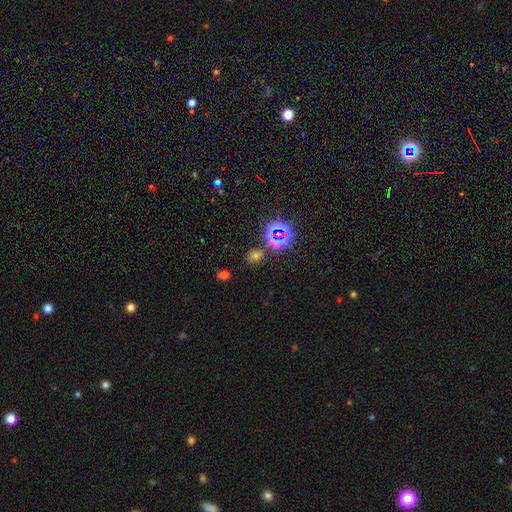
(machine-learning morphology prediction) Q: Smooth or featured?
A: star or artifact (51%); runner-up: smooth (41%)